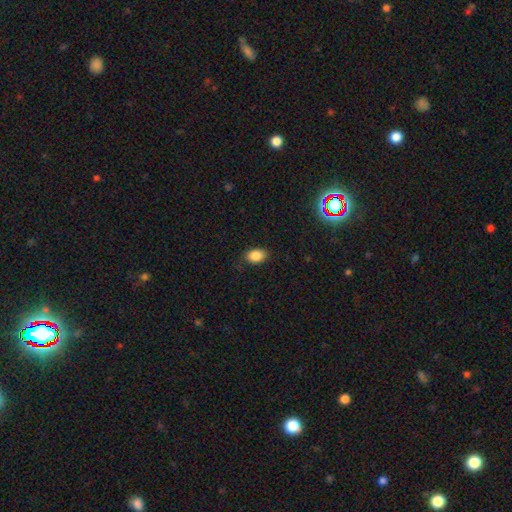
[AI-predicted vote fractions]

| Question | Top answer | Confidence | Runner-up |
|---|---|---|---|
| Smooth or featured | smooth | 86% | star or artifact (9%) |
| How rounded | in between | 84% | round (15%) |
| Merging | none | 83% | minor disturbance (13%) |